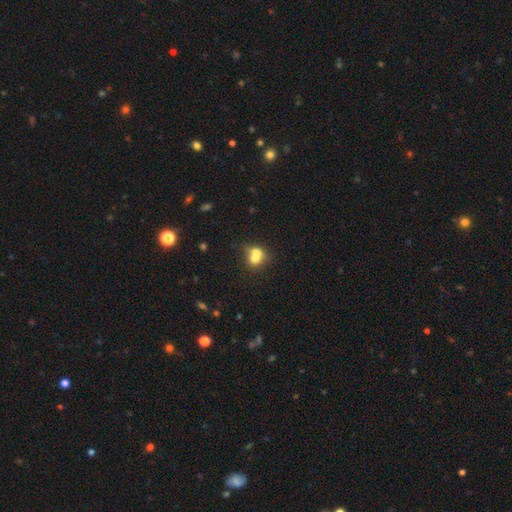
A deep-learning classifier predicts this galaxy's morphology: type=smooth (66%); roundness=round (70%); merging=merger (65%).